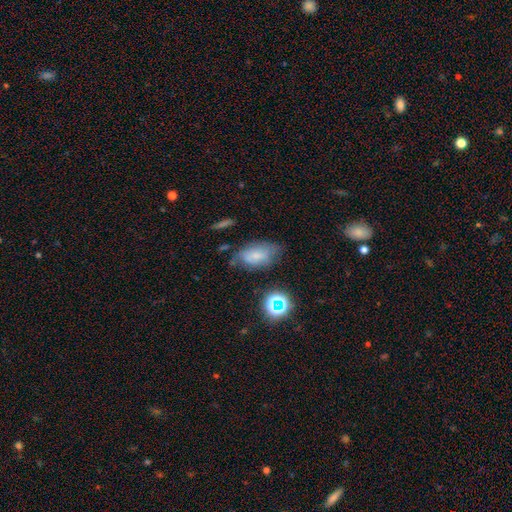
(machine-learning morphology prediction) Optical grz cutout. It shows a smooth galaxy with no disk features (65%) that is in between round and cigar-shaped (89%). Merging: none (57%).